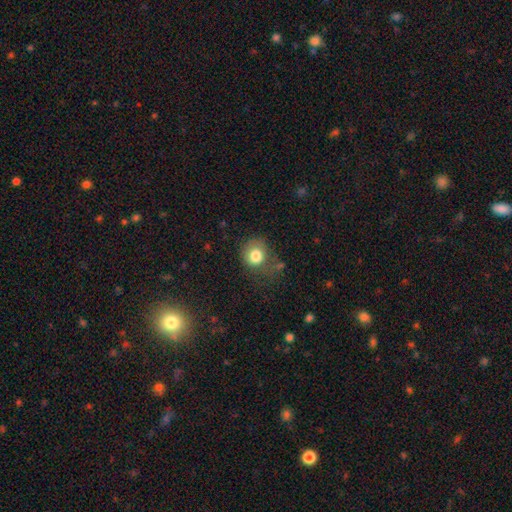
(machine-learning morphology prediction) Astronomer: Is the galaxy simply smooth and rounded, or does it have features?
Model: smooth — 80%.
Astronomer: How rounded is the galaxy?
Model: round — 75%.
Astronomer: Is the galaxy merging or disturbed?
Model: none — 51% (runner-up: minor disturbance, 27%).